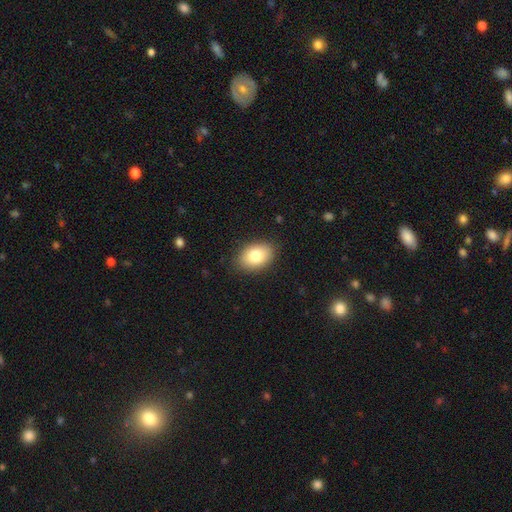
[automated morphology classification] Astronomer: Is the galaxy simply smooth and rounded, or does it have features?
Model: smooth — 83%.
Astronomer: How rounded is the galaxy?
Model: in between — 84%.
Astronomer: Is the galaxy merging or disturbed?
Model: none — 87%.